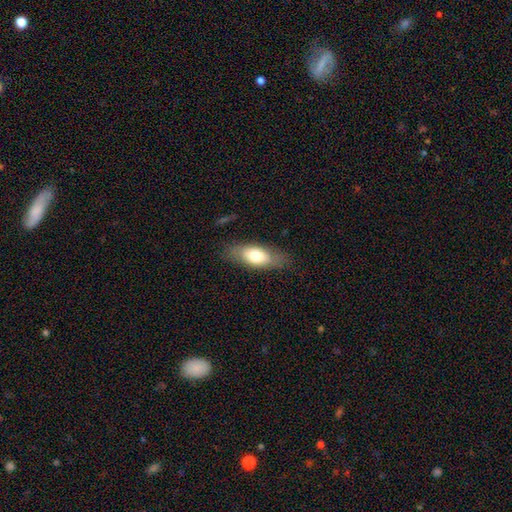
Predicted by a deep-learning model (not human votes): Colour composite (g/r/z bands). It shows a smooth galaxy with no disk features (68%) that is in between round and cigar-shaped (76%). Merging: none (78%).